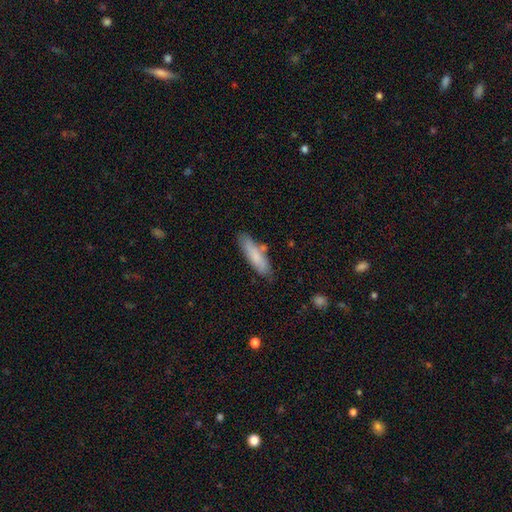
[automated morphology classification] A smooth galaxy with no disk features (79%) that is cigar-shaped (67%). Merging: none (74%).